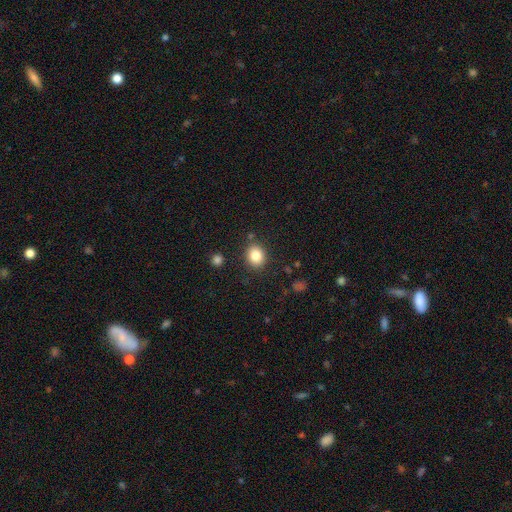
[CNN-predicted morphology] A smooth galaxy with no disk features (84%) that is round (61%).

Vote fractions:
- Smooth or featured? smooth: 84% / star or artifact: 10% / featured or disk: 6%
- How rounded? round: 61% / in between: 38% / cigar-shaped: 1%
- Merging? none: 85% / minor disturbance: 9% / merger: 3% / major disturbance: 3%